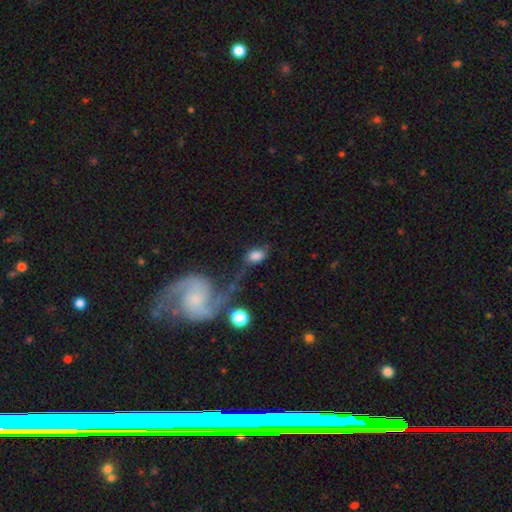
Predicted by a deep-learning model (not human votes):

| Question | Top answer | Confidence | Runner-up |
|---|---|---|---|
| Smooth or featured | smooth | 68% | featured or disk (21%) |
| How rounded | in between | 79% | round (18%) |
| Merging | none | 35% | major disturbance (24%) |